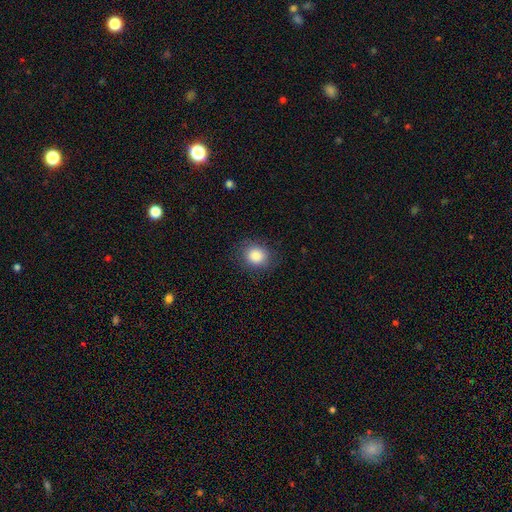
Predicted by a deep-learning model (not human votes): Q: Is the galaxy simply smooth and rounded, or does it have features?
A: smooth — 87%.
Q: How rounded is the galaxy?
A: round — 76%.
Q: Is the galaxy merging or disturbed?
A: none — 85%.